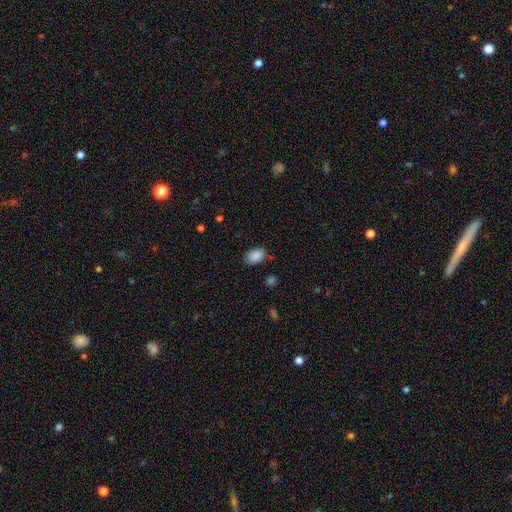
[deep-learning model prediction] Overall: smooth (89%). How rounded: in between (89%). Merging: none (81%).